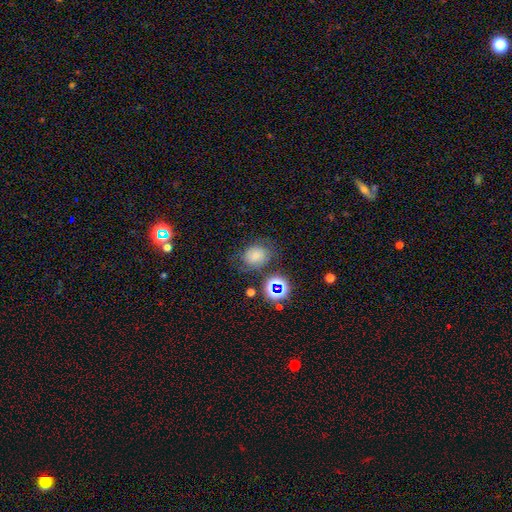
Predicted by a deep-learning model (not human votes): Smooth or featured: smooth — 66% (star or artifact — 18%)
How rounded: in between — 51% (round — 48%)
Merging: none — 61% (minor disturbance — 21%)